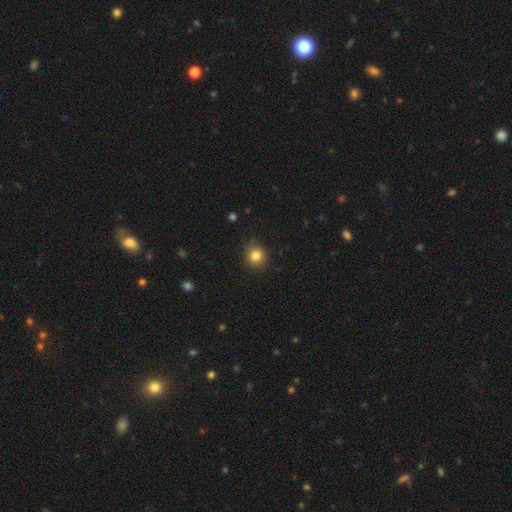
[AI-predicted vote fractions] This is clearly a smooth galaxy (82%). How rounded: clearly round (87%). Merging: clearly none (84%).